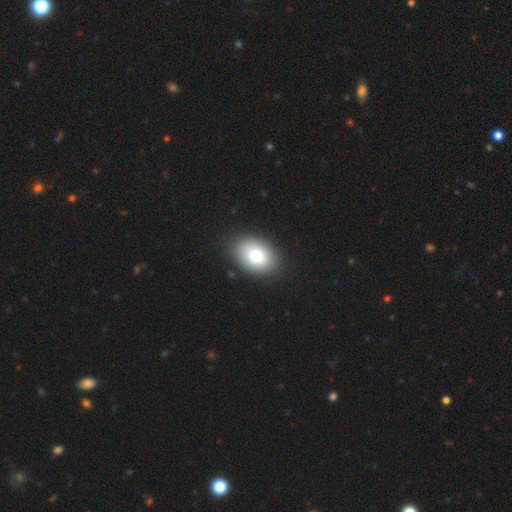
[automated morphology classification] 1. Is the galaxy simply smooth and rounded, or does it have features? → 80% smooth, 11% featured or disk, 9% star or artifact.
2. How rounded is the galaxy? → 79% in between, 20% round, 1% cigar-shaped.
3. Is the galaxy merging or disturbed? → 88% none, 8% minor disturbance, 2% major disturbance, 1% merger.